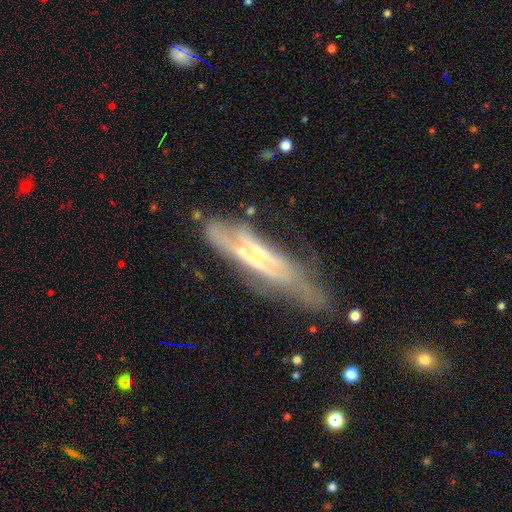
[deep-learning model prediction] Morphology: type=featured or disk (68%); edge-on=yes (63%); merging=none (36%).